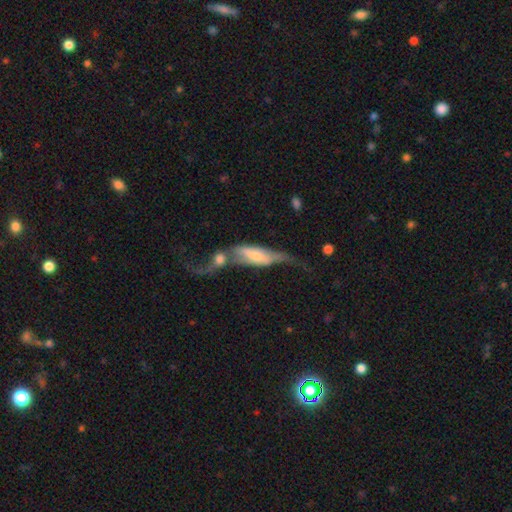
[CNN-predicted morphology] featured or disk 60%, smooth 34%, star or artifact 6%. Down the decision tree: edge-on disk — no (64%); merging — merger (59%).